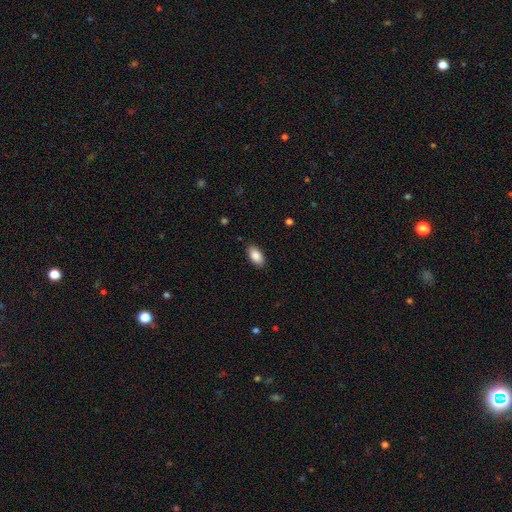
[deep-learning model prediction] Smooth or featured?
  - smooth: 88% *
  - star or artifact: 7%
  - featured or disk: 5%
How rounded?
  - in between: 94% *
  - cigar-shaped: 3%
  - round: 3%
Merging?
  - none: 87% *
  - minor disturbance: 10%
  - major disturbance: 2%
  - merger: 1%